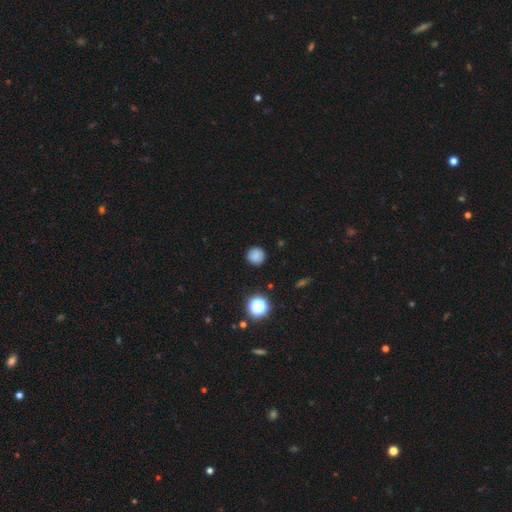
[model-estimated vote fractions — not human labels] smooth_or_featured: smooth (p=0.79) [alt: star or artifact p=0.14]
how_rounded: round (p=0.93) [alt: in between p=0.06]
merging: none (p=0.87) [alt: minor disturbance p=0.09]